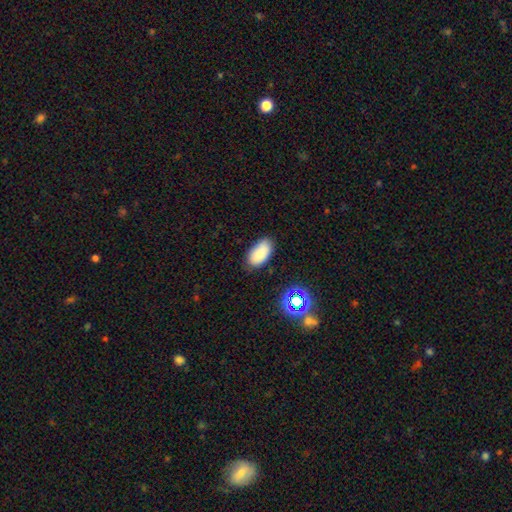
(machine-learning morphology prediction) A smooth galaxy with no disk features (84%) that is in between round and cigar-shaped (94%). Merging: none (78%).